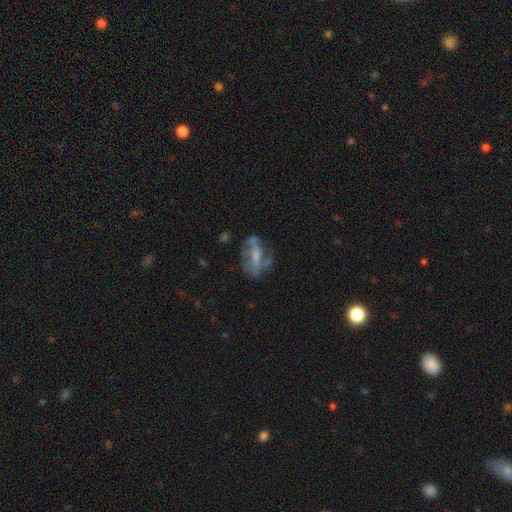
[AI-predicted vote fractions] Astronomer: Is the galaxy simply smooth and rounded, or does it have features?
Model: featured or disk — 59%.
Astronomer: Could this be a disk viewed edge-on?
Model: no — 91%.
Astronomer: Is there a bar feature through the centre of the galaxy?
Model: no — 45% (runner-up: weak, 33%).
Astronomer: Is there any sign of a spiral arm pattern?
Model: no — 57% (runner-up: yes, 43%).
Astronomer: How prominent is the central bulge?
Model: none — 31% (runner-up: moderate, 30%).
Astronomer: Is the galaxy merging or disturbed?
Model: none — 48%.